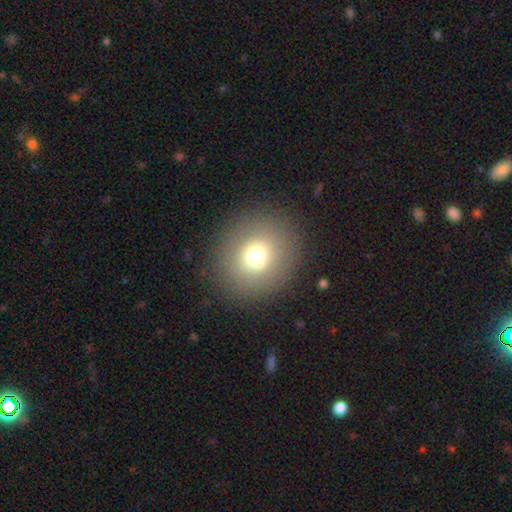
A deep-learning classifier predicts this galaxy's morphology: This is likely a smooth galaxy (66%). How rounded: clearly round (85%). Merging: clearly none (83%).